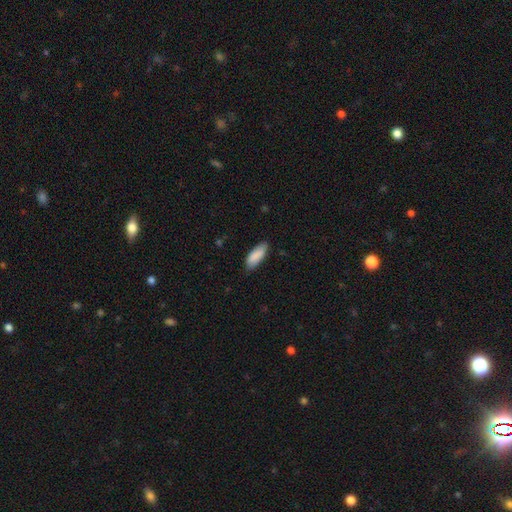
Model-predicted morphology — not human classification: A smooth galaxy with no disk features (88%) that is in between round and cigar-shaped (76%).

Vote fractions:
- Smooth or featured? smooth: 88% / featured or disk: 7% / star or artifact: 6%
- How rounded? in between: 76% / cigar-shaped: 22% / round: 1%
- Merging? none: 80% / minor disturbance: 17% / major disturbance: 2% / merger: 1%